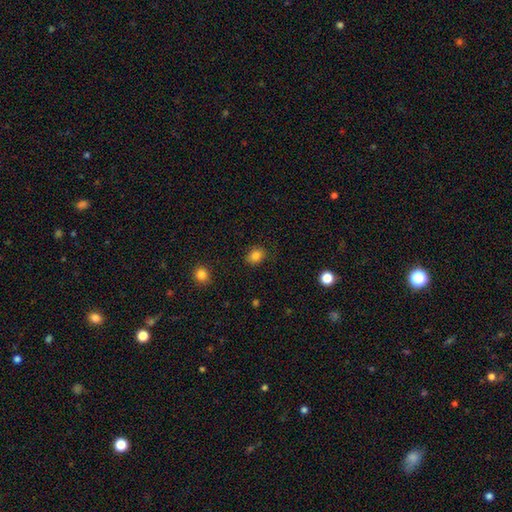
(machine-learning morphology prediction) smooth-or-featured: smooth: 84% | star or artifact: 11% | featured or disk: 5%
  how-rounded: round: 53% | in between: 47% | cigar-shaped: 1%
  merging: none: 82% | minor disturbance: 14% | major disturbance: 3% | merger: 1%